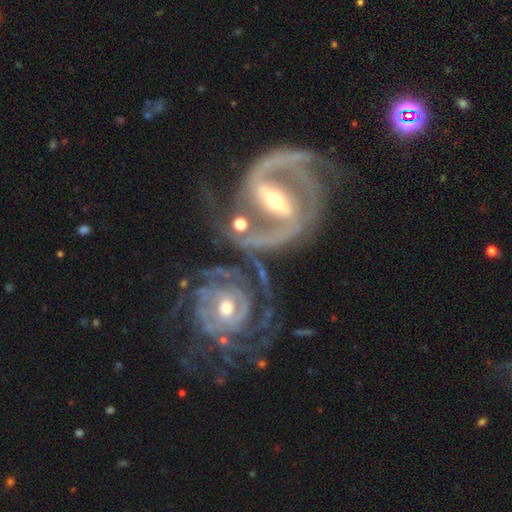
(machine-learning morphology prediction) Smooth or featured?
  - featured or disk: 90% *
  - star or artifact: 5%
  - smooth: 5%
Edge-on disk?
  - no: 95% *
  - yes: 5%
Bar?
  - strong: 58% *
  - weak: 26%
  - no: 15%
Spiral arms?
  - yes: 96% *
  - no: 4%
Spiral winding?
  - medium: 46% *
  - tight: 42%
  - loose: 12%
Spiral arm count?
  - 2: 77% *
  - can't tell: 8%
  - 3: 6%
  - 1: 3%
  - 4: 3%
  - more than 4: 3%
Bulge size?
  - moderate: 54% *
  - small: 40%
  - large: 3%
  - none: 1%
  - dominant: 1%
Merging?
  - none: 43% *
  - merger: 33%
  - minor disturbance: 14%
  - major disturbance: 10%